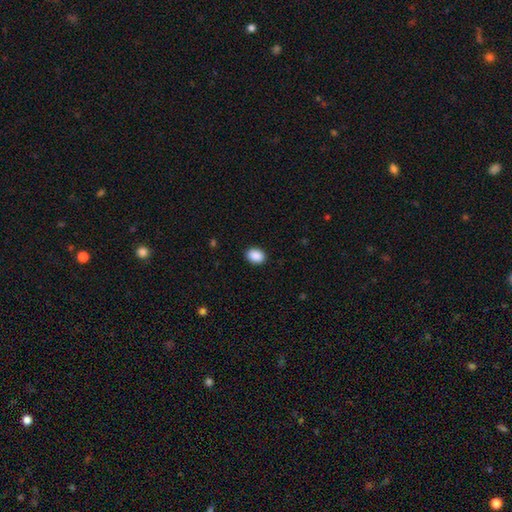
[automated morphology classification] The model was most divided on "how rounded": in between: 70%, round: 29%, cigar-shaped: 1%. More confident: smooth or featured — smooth (90%); merging — none (90%).